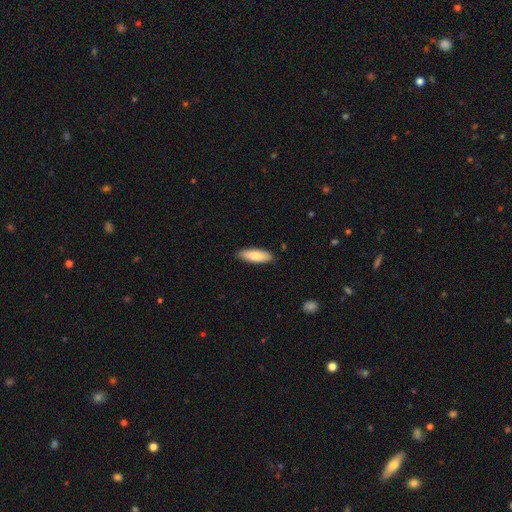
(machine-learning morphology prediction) Smooth or featured: smooth — 80% (featured or disk — 14%)
How rounded: in between — 60% (cigar-shaped — 38%)
Merging: none — 86% (minor disturbance — 11%)